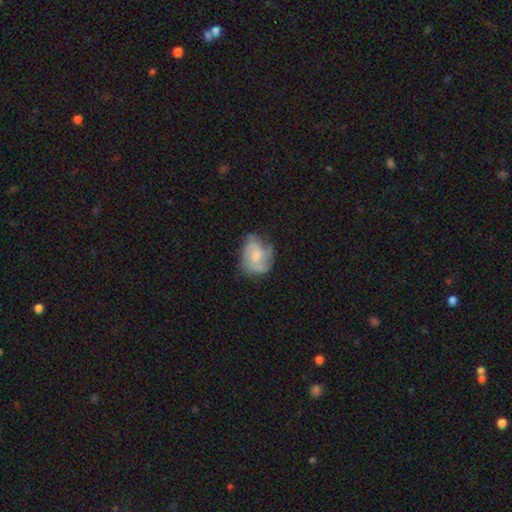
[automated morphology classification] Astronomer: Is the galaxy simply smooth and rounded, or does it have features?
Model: featured or disk — 60%.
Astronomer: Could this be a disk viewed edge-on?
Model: no — 98%.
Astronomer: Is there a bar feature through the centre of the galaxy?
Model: no — 62%.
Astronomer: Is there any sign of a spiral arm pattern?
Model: yes — 82%.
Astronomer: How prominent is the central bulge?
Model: small — 45% (runner-up: moderate, 42%).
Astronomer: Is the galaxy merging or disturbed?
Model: none — 59%.